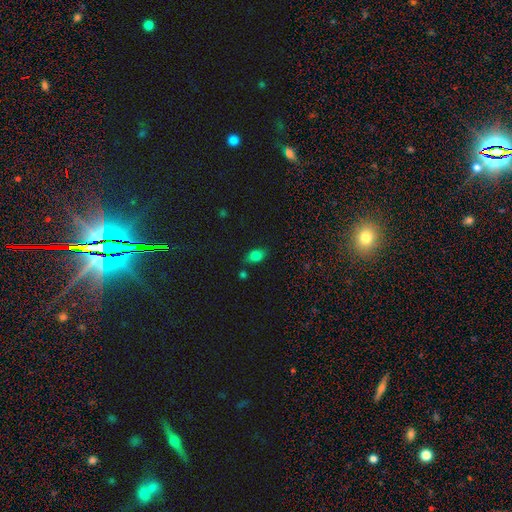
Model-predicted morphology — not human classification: A smooth galaxy with no disk features (79%) that is in between round and cigar-shaped (84%).

Vote fractions:
- Smooth or featured? smooth: 79% / star or artifact: 13% / featured or disk: 8%
- How rounded? in between: 84% / round: 13% / cigar-shaped: 3%
- Merging? none: 74% / minor disturbance: 16% / merger: 6% / major disturbance: 4%